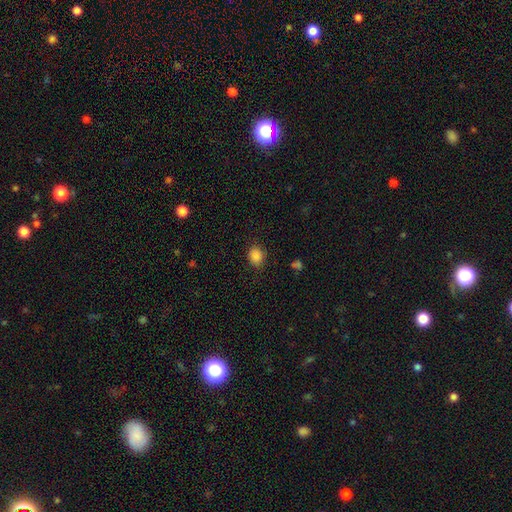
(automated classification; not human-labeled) Smooth or featured? Predicted: smooth (p=0.87). How rounded? Predicted: round (p=0.54). Merging? Predicted: none (p=0.84).